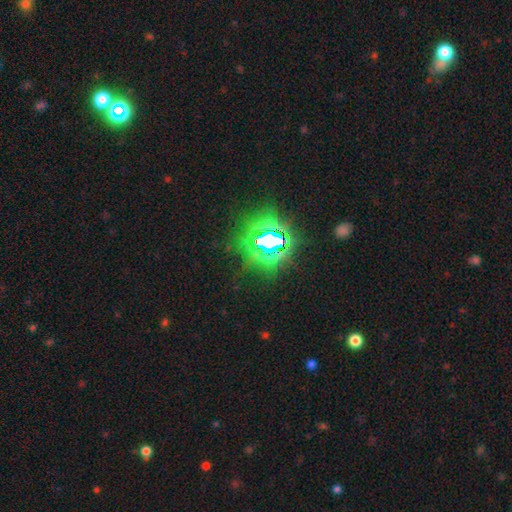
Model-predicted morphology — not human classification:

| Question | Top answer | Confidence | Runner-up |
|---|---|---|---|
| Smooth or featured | star or artifact | 83% | smooth (11%) |